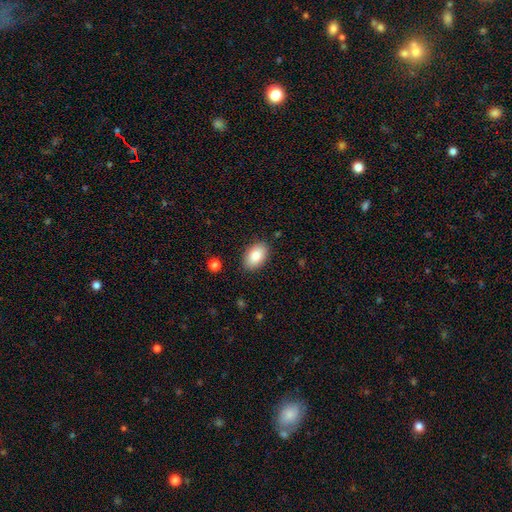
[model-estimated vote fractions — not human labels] smooth-or-featured: smooth: 84% | featured or disk: 9% | star or artifact: 7%
  how-rounded: in between: 91% | round: 7% | cigar-shaped: 1%
  merging: none: 87% | minor disturbance: 9% | major disturbance: 2% | merger: 1%